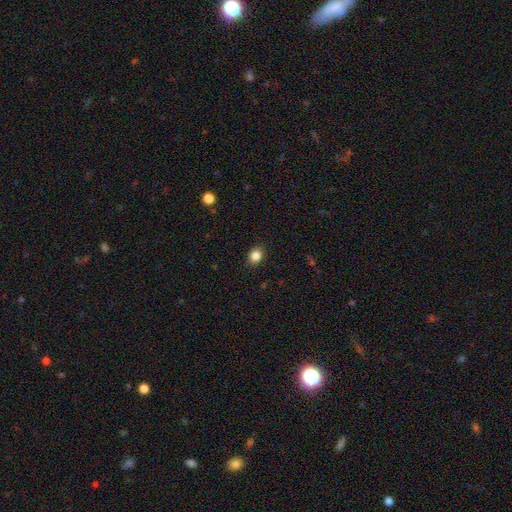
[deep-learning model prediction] The model was most divided on "how rounded": round: 54%, in between: 45%, cigar-shaped: 1%. More confident: merging — none (89%); smooth or featured — smooth (85%).